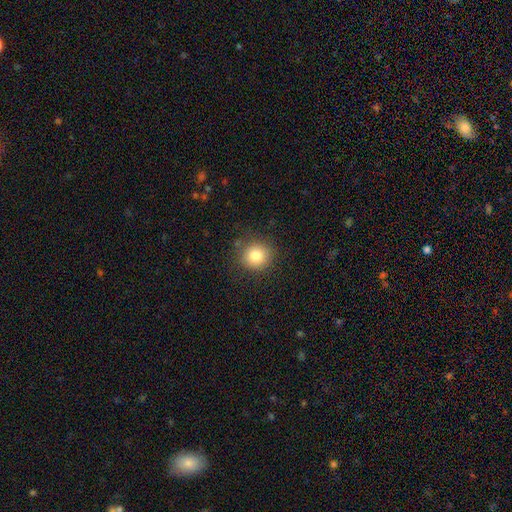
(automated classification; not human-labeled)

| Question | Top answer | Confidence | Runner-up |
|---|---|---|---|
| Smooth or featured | smooth | 82% | star or artifact (11%) |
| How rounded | round | 88% | in between (11%) |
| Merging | none | 86% | minor disturbance (10%) |